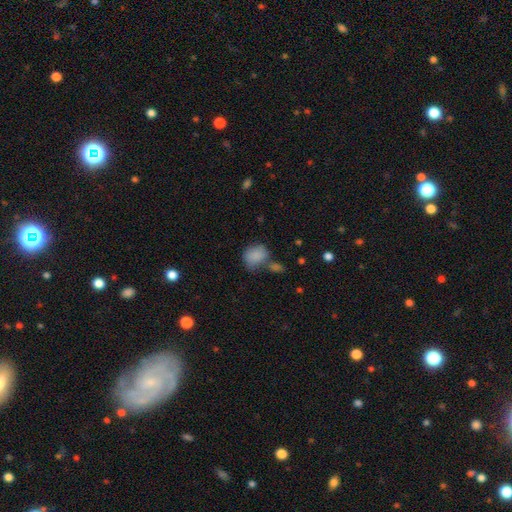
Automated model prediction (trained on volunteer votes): Overall: smooth (84%). How rounded: in between (52%; round 47%). Merging: none (47%; merger 22%).